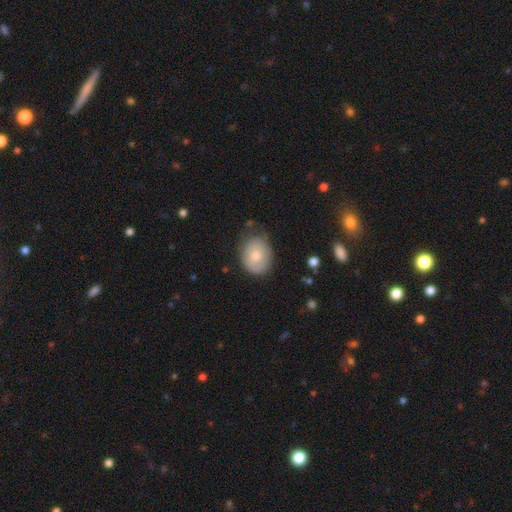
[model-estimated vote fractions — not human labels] This is likely a smooth galaxy (72%). How rounded: possibly in between (52%). Merging: likely none (70%).